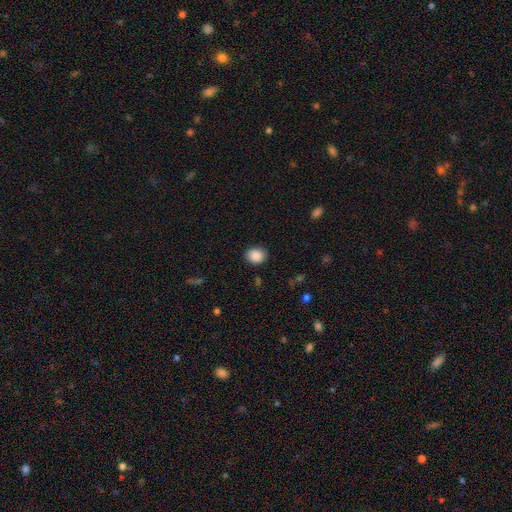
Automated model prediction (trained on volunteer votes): smooth-or-featured: smooth: 88% | star or artifact: 8% | featured or disk: 3%
  how-rounded: round: 60% | in between: 39% | cigar-shaped: 1%
  merging: none: 86% | minor disturbance: 10% | major disturbance: 2% | merger: 1%